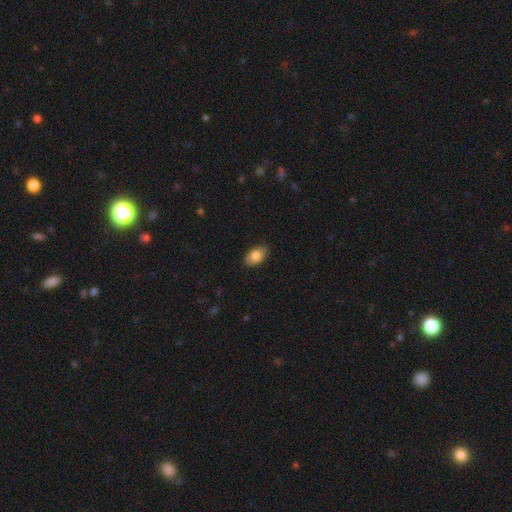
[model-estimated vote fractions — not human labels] smooth 82%, featured or disk 10%, star or artifact 7%. Down the decision tree: how rounded — in between (91%); merging — none (84%).